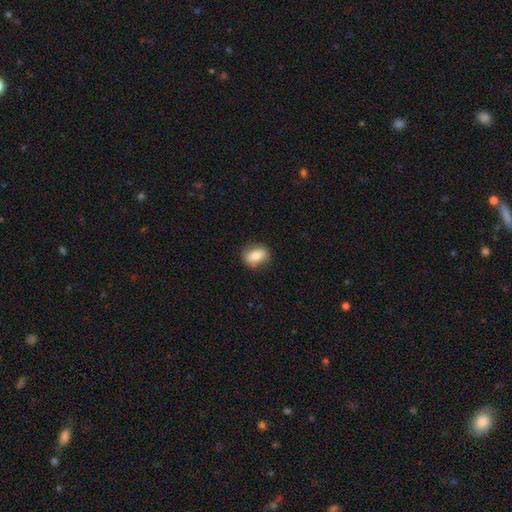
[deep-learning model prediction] Morphology: type=smooth (80%); roundness=in between (73%); merging=none (83%).